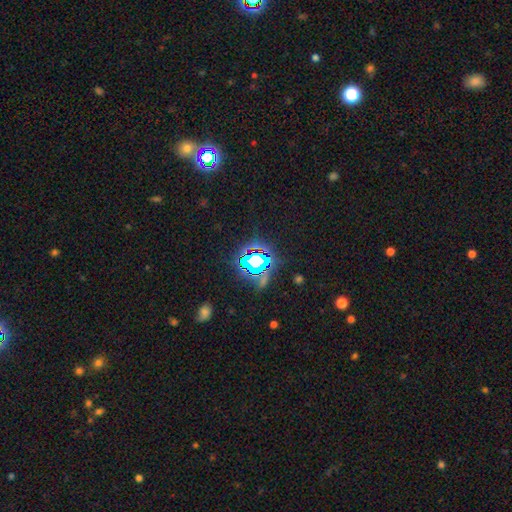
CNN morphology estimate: The model was most divided on "smooth or featured": star or artifact: 75%, smooth: 15%, featured or disk: 10%.